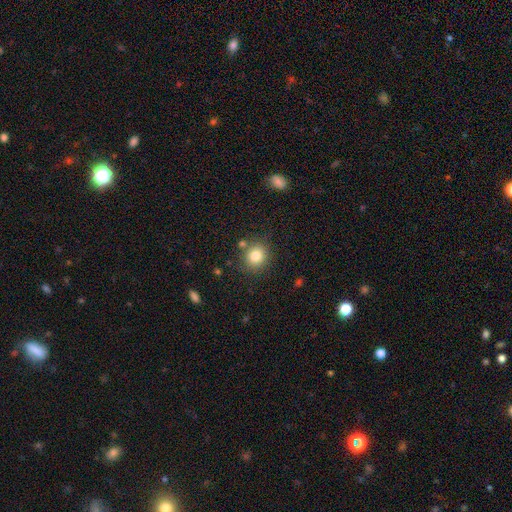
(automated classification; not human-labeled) Overall: smooth (81%). How rounded: round (83%). Merging: none (81%).